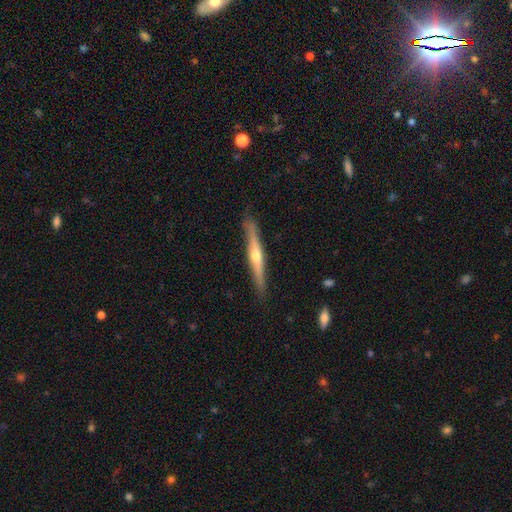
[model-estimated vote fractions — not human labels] Overall: featured or disk (71%). Edge-on disk: yes (97%). Edge-on bulge: rounded (90%). Merging: none (87%).